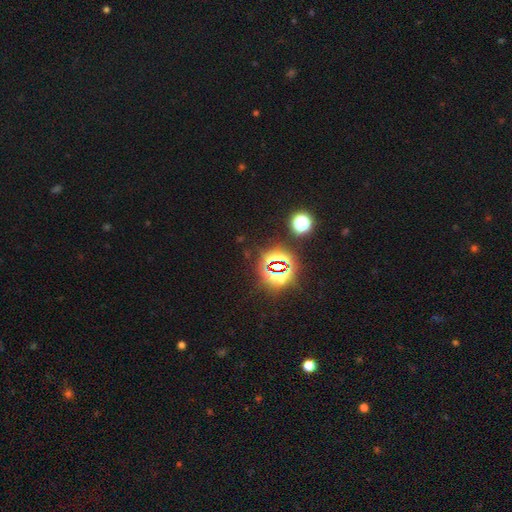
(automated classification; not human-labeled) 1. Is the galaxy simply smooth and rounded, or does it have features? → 81% star or artifact, 12% smooth, 7% featured or disk.